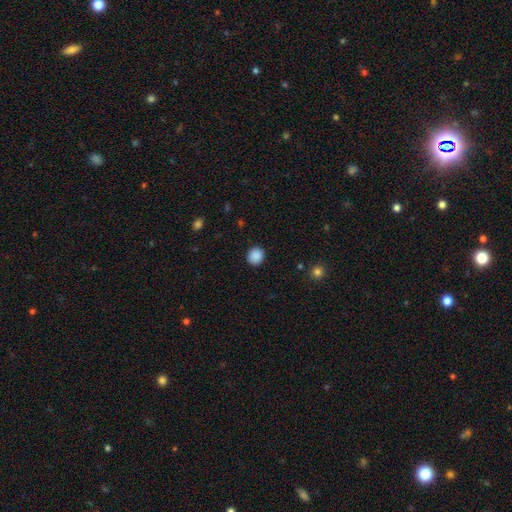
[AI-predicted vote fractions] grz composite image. It shows a smooth galaxy with no disk features (88%) that is round (86%). Merging: none (90%).